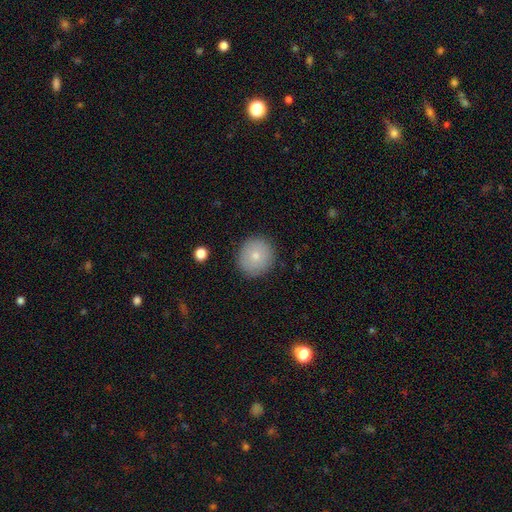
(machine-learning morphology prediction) smooth_or_featured: smooth (p=0.78) [alt: featured or disk p=0.14]
how_rounded: round (p=0.92) [alt: in between p=0.07]
merging: none (p=0.89) [alt: minor disturbance p=0.08]